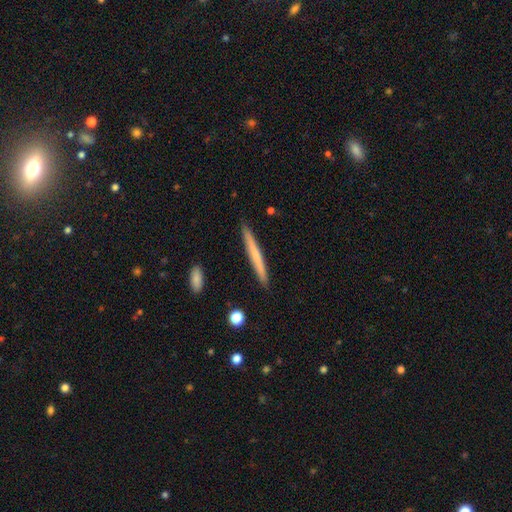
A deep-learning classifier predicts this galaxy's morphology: Smooth or featured?
  - smooth: 56% *
  - featured or disk: 38%
  - star or artifact: 6%
How rounded?
  - cigar-shaped: 97% *
  - in between: 2%
  - round: 1%
Merging?
  - none: 91% *
  - minor disturbance: 6%
  - merger: 1%
  - major disturbance: 1%